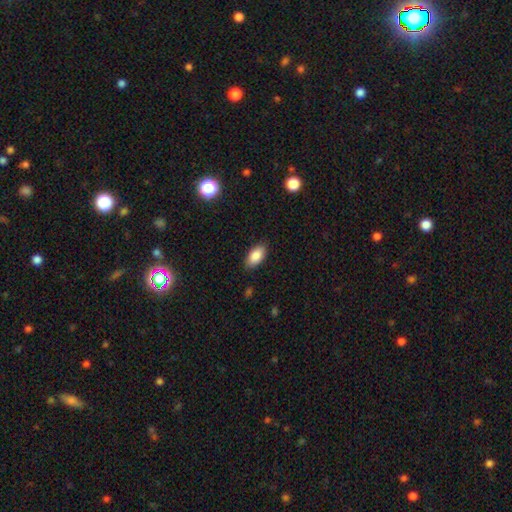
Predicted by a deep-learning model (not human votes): Smooth or featured?
  - smooth: 87% *
  - star or artifact: 7%
  - featured or disk: 6%
How rounded?
  - in between: 92% *
  - cigar-shaped: 4%
  - round: 4%
Merging?
  - none: 86% *
  - minor disturbance: 11%
  - major disturbance: 2%
  - merger: 1%